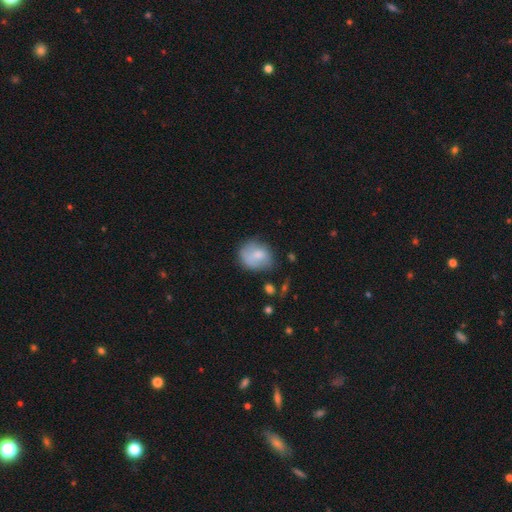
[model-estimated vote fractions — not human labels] Smooth or featured? smooth (73%)
How rounded? round (56%)
Merging? none (58%)